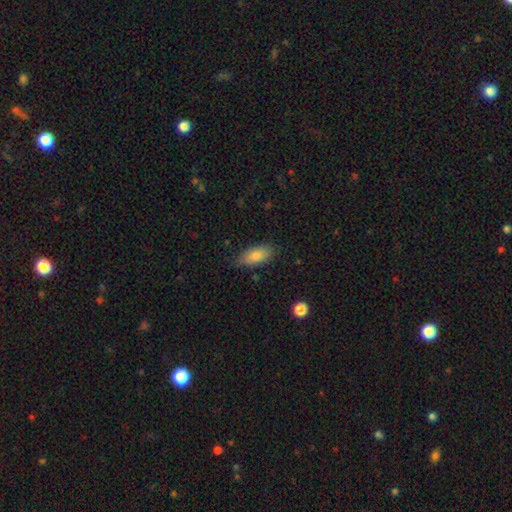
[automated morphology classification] Smooth or featured? smooth (83%)
How rounded? in between (84%)
Merging? none (83%)